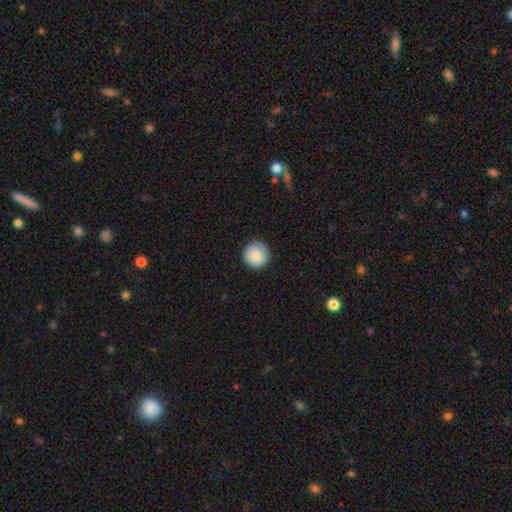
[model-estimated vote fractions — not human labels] Smooth or featured: smooth — 89% (star or artifact — 7%)
How rounded: round — 95% (in between — 4%)
Merging: none — 90% (minor disturbance — 8%)